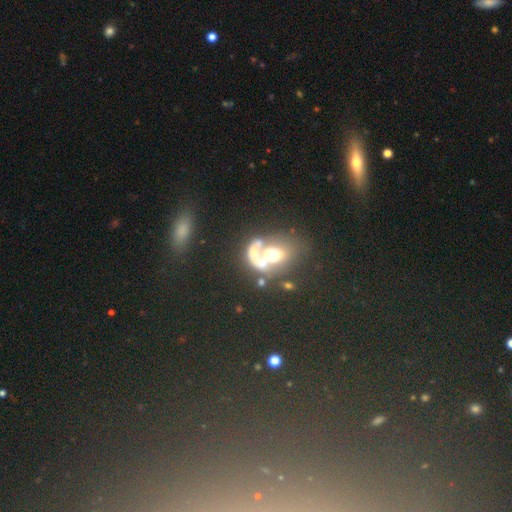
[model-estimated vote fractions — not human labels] smooth_or_featured: smooth (p=0.40) [alt: featured or disk p=0.39]
merging: merger (p=0.44) [alt: none p=0.26]